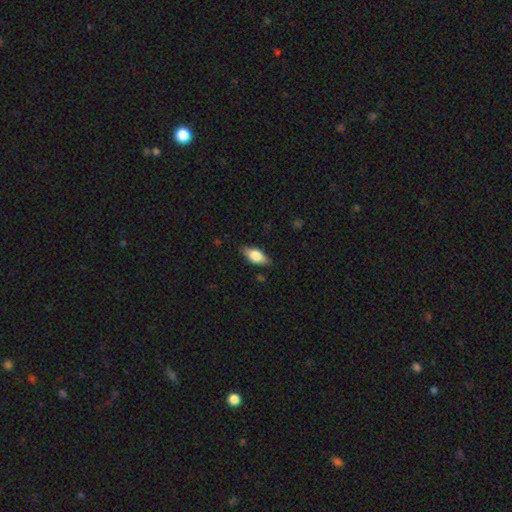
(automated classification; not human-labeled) Smooth or featured?
  - smooth: 68% *
  - featured or disk: 25%
  - star or artifact: 7%
How rounded?
  - in between: 83% *
  - cigar-shaped: 13%
  - round: 4%
Merging?
  - none: 82% *
  - minor disturbance: 14%
  - major disturbance: 3%
  - merger: 1%